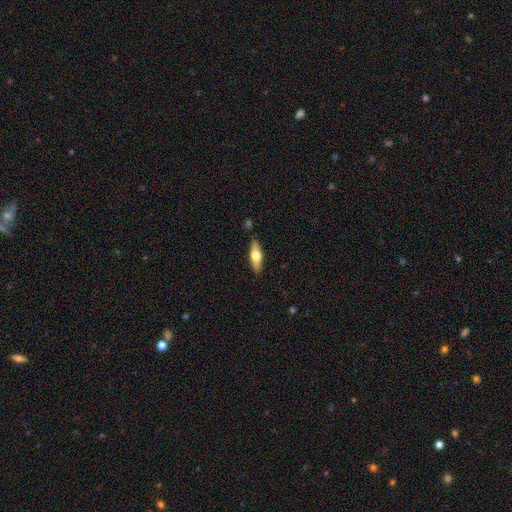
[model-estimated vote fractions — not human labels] Smooth or featured: featured or disk — 47% (tied with smooth — 47%)
Merging: none — 86% (minor disturbance — 10%)